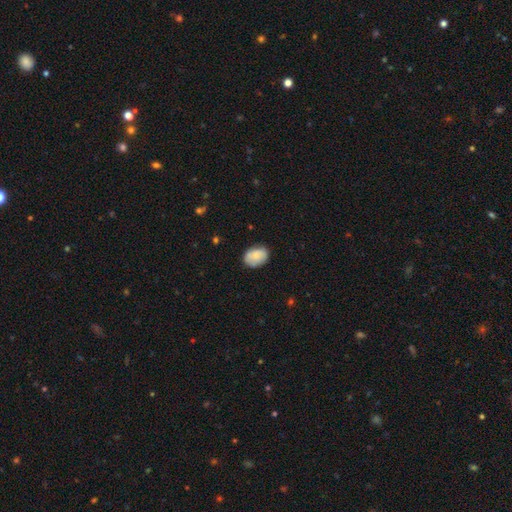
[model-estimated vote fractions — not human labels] smooth-or-featured: smooth: 79% | featured or disk: 14% | star or artifact: 7%
  how-rounded: in between: 77% | round: 22% | cigar-shaped: 1%
  merging: none: 76% | minor disturbance: 19% | major disturbance: 4% | merger: 1%